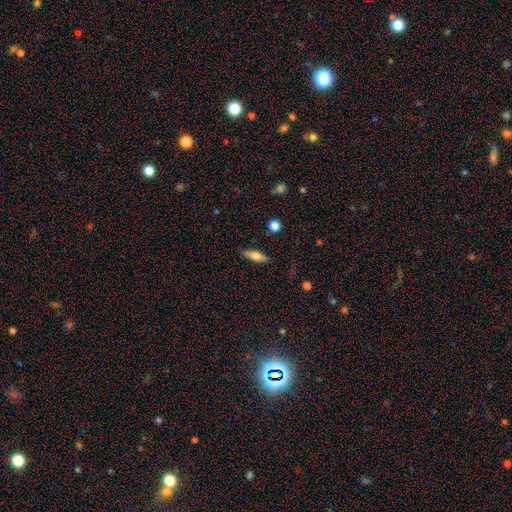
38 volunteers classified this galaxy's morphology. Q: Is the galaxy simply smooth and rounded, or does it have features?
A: smooth — 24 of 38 (63%).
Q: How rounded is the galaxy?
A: in between — 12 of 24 (50%, tied with cigar-shaped).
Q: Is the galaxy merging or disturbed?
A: none — 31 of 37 (84%).